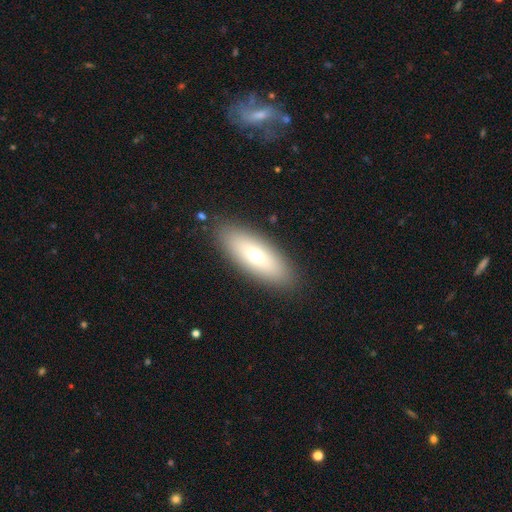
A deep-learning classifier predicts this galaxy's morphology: smooth_or_featured: smooth (p=0.64) [alt: featured or disk p=0.28]
how_rounded: in between (p=0.69) [alt: cigar-shaped p=0.28]
merging: none (p=0.88) [alt: minor disturbance p=0.08]